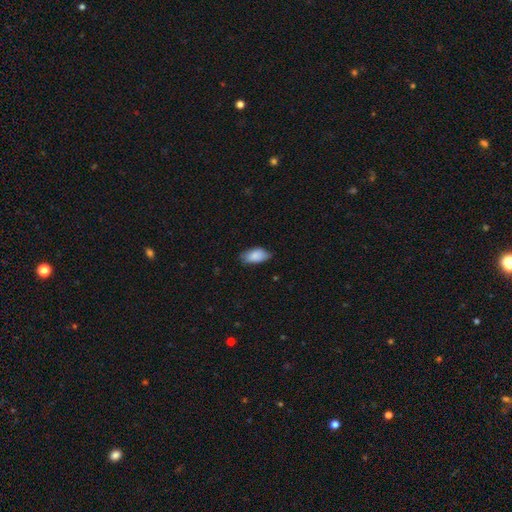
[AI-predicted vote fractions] Smooth or featured: smooth — 86% (featured or disk — 7%)
How rounded: in between — 92% (cigar-shaped — 5%)
Merging: none — 72% (minor disturbance — 24%)